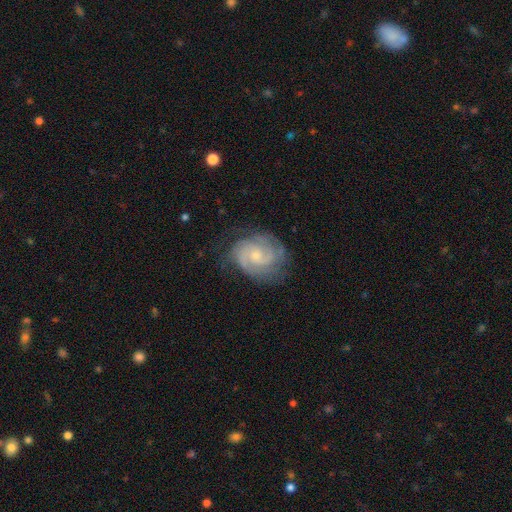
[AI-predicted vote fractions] Morphology: type=featured or disk (85%); edge-on=no (98%); bar=no (62%); spiral arms=yes (97%); winding=tight (56%); arm count=2 (60%); bulge=small (61%); merging=none (73%).